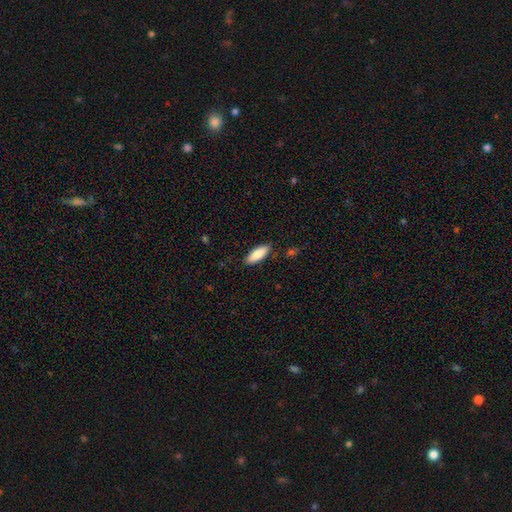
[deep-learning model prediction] This is clearly a smooth galaxy (85%). How rounded: likely in between (66%). Merging: clearly none (87%).